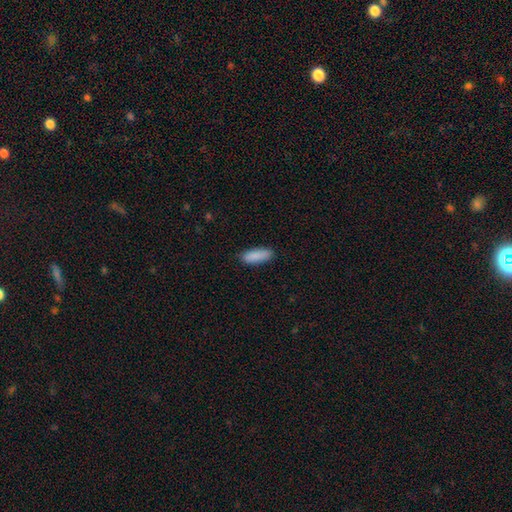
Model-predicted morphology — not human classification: smooth 89%, star or artifact 6%, featured or disk 5%. Down the decision tree: how rounded — in between (68%); merging — none (86%).